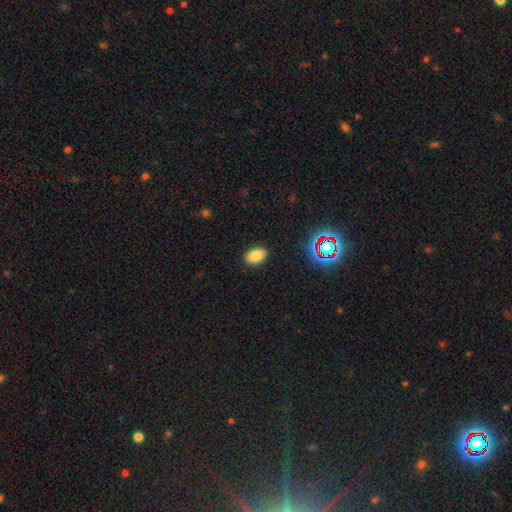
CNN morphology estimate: smooth-or-featured: smooth: 82% | star or artifact: 13% | featured or disk: 6%
  how-rounded: in between: 88% | round: 10% | cigar-shaped: 1%
  merging: none: 88% | minor disturbance: 8% | major disturbance: 2% | merger: 1%